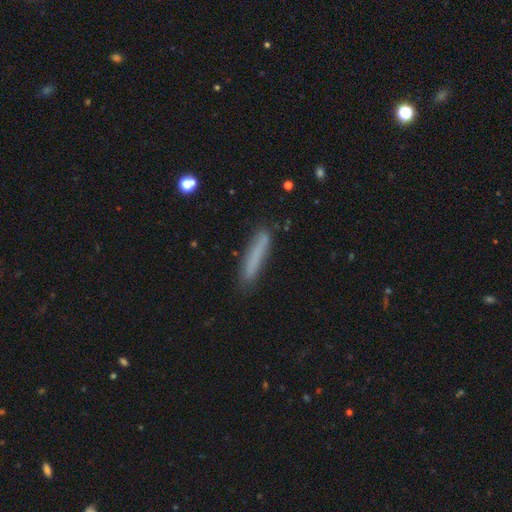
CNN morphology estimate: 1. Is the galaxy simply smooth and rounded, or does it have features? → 73% smooth, 19% featured or disk, 8% star or artifact.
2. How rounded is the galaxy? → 93% cigar-shaped, 6% in between, 1% round.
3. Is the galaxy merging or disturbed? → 83% none, 12% minor disturbance, 3% major disturbance, 2% merger.